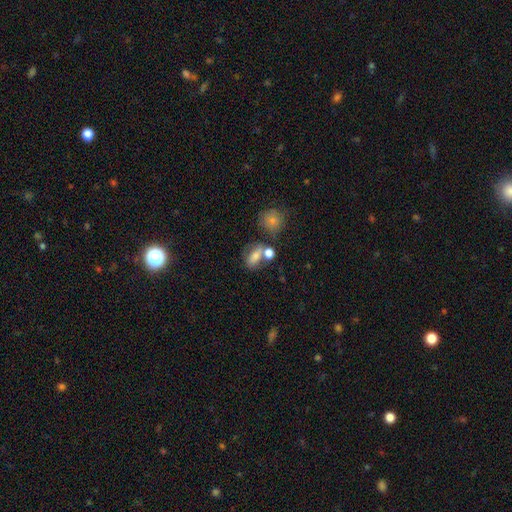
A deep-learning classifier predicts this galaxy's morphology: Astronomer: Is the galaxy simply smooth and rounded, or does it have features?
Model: smooth — 70%.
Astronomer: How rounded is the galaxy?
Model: in between — 71%.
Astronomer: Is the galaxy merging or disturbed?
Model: none — 45% (runner-up: merger, 33%).